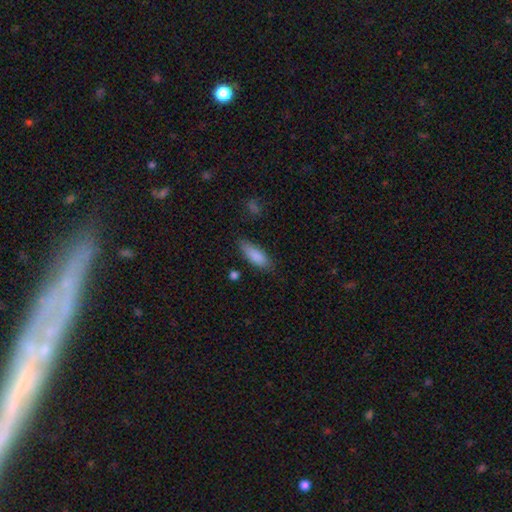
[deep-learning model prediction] Smooth or featured?
  - smooth: 86% *
  - featured or disk: 7%
  - star or artifact: 7%
How rounded?
  - in between: 64% *
  - cigar-shaped: 34%
  - round: 2%
Merging?
  - none: 77% *
  - minor disturbance: 17%
  - major disturbance: 4%
  - merger: 2%